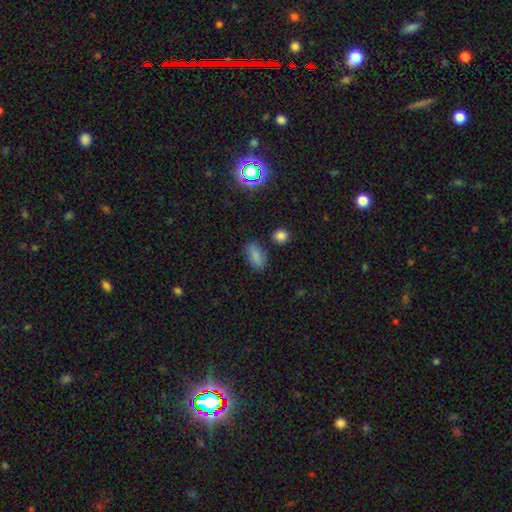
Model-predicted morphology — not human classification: Smooth or featured? Predicted: smooth (p=0.81). How rounded? Predicted: in between (p=0.89). Merging? Predicted: none (p=0.77).